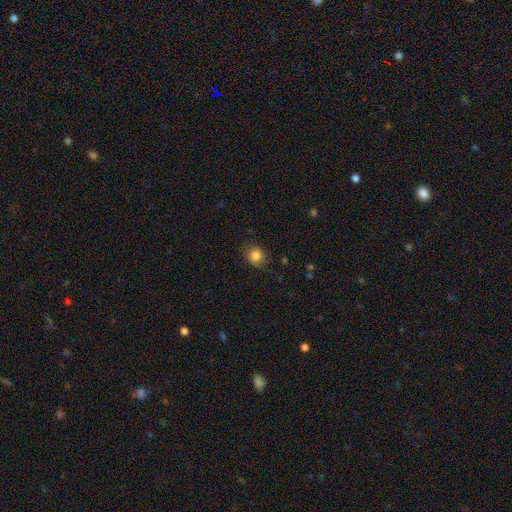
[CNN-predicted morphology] Smooth or featured?
  - smooth: 84% *
  - star or artifact: 10%
  - featured or disk: 6%
How rounded?
  - round: 72% *
  - in between: 27%
  - cigar-shaped: 1%
Merging?
  - none: 79% *
  - minor disturbance: 16%
  - major disturbance: 4%
  - merger: 1%